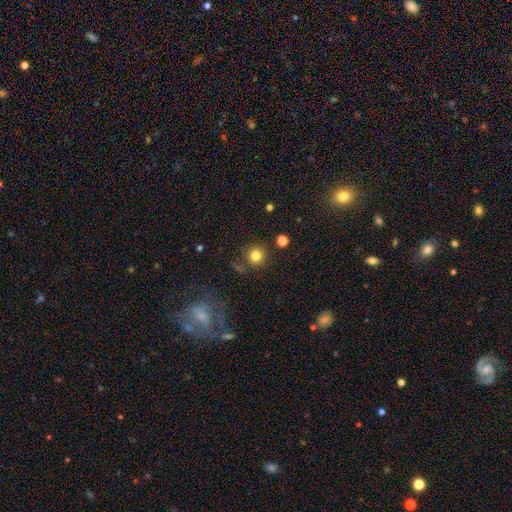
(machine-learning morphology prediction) The model was most divided on "smooth or featured": smooth: 81%, star or artifact: 13%, featured or disk: 6%. More confident: how rounded — round (92%); merging — none (83%).